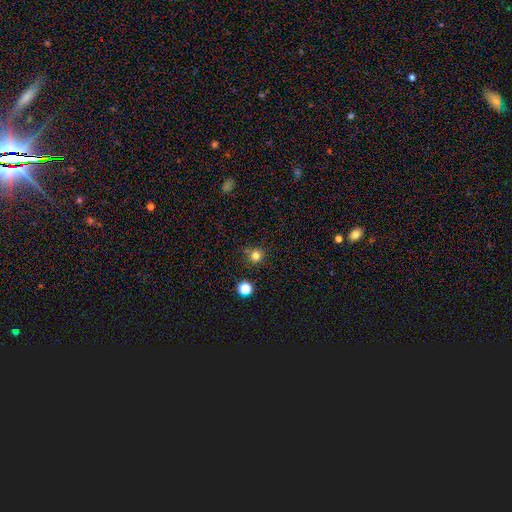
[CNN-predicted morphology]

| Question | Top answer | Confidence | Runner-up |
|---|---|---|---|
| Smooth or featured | smooth | 78% | star or artifact (16%) |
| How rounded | round | 92% | in between (7%) |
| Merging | none | 80% | minor disturbance (11%) |